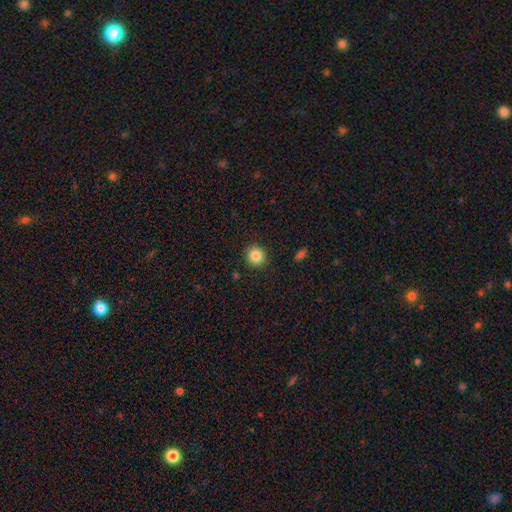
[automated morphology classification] The model was most divided on "smooth or featured": smooth: 85%, star or artifact: 10%, featured or disk: 6%. More confident: merging — none (90%); how rounded — round (88%).